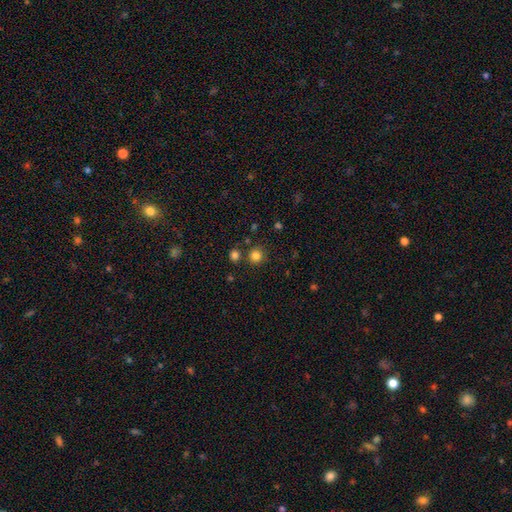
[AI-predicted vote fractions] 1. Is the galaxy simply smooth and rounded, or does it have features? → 82% smooth, 13% star or artifact, 4% featured or disk.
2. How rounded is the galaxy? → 93% round, 6% in between, 1% cigar-shaped.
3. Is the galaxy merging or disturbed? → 83% none, 8% merger, 7% minor disturbance, 3% major disturbance.